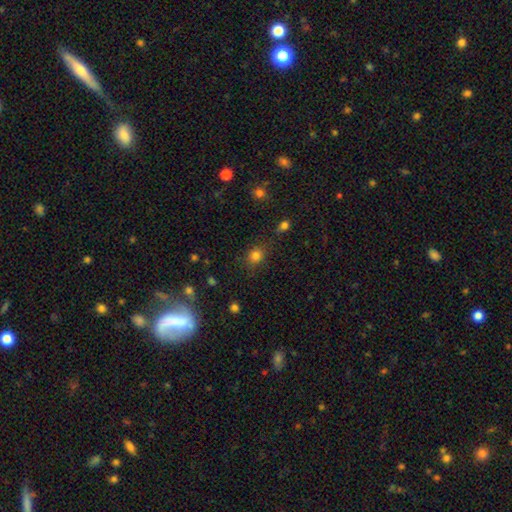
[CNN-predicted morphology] smooth 80%, star or artifact 14%, featured or disk 6%. Down the decision tree: how rounded — round (71%); merging — none (80%).